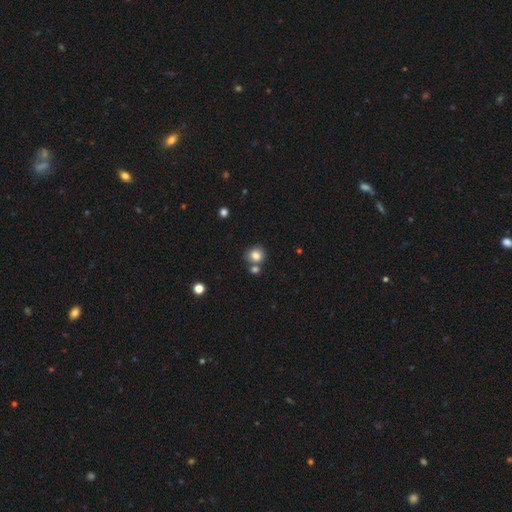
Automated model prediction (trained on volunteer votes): smooth-or-featured: smooth: 82% | star or artifact: 10% | featured or disk: 8%
  how-rounded: round: 79% | in between: 20% | cigar-shaped: 1%
  merging: none: 61% | merger: 25% | minor disturbance: 11% | major disturbance: 3%